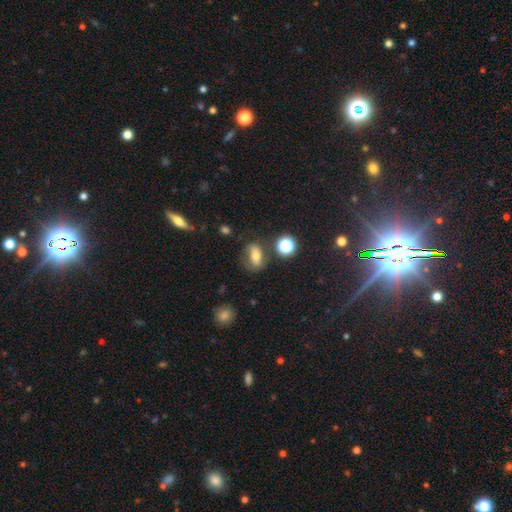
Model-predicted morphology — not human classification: A smooth galaxy with no disk features (53%) that is in between round and cigar-shaped (72%).

Vote fractions:
- Smooth or featured? smooth: 53% / featured or disk: 32% / star or artifact: 15%
- How rounded? in between: 72% / round: 22% / cigar-shaped: 5%
- Merging? none: 59% / minor disturbance: 21% / major disturbance: 13% / merger: 7%